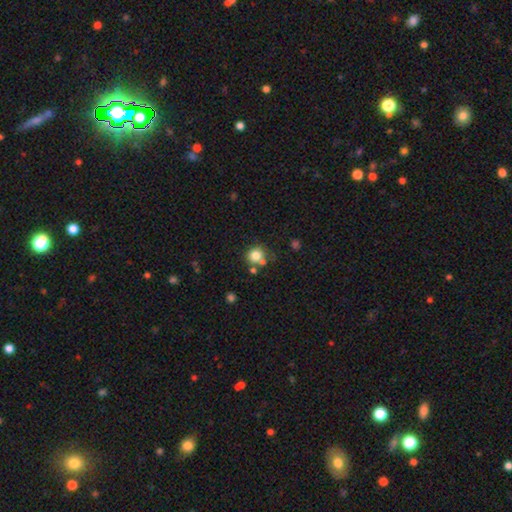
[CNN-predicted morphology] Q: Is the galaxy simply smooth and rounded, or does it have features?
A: smooth — 79%.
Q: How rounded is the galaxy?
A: round — 86%.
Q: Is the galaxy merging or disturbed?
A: none — 63%.